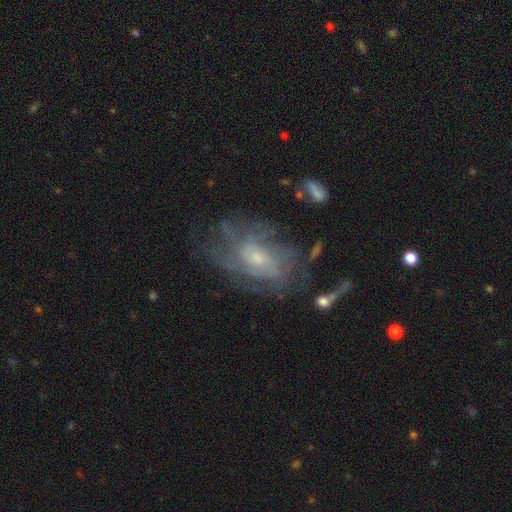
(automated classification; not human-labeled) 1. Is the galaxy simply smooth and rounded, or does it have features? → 74% featured or disk, 17% smooth, 10% star or artifact.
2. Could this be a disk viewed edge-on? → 95% no, 5% yes.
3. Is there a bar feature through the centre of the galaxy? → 67% no, 28% weak, 5% strong.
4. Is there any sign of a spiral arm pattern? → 78% yes, 22% no.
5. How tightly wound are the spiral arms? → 47% tight, 35% medium, 17% loose.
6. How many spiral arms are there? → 55% can't tell, 12% 4, 11% 2, 11% 3, 6% more than 4, 5% 1.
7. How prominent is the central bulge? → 54% small, 37% moderate, 4% none, 4% large, 1% dominant.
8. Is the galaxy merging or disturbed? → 62% none, 19% minor disturbance, 15% major disturbance, 4% merger.